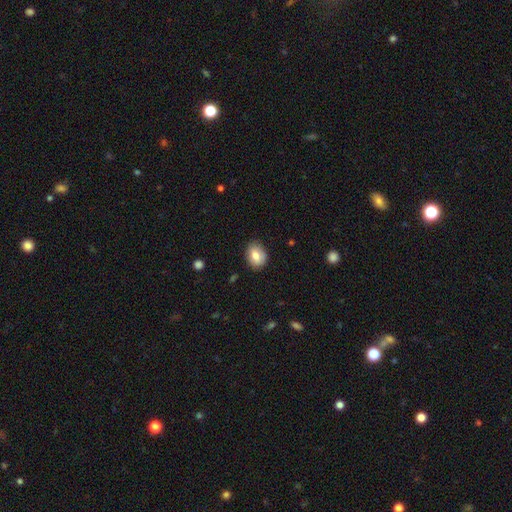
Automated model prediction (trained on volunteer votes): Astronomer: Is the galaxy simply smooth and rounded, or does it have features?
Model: smooth — 76%.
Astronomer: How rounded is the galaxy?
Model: in between — 68%.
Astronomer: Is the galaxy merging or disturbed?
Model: none — 82%.